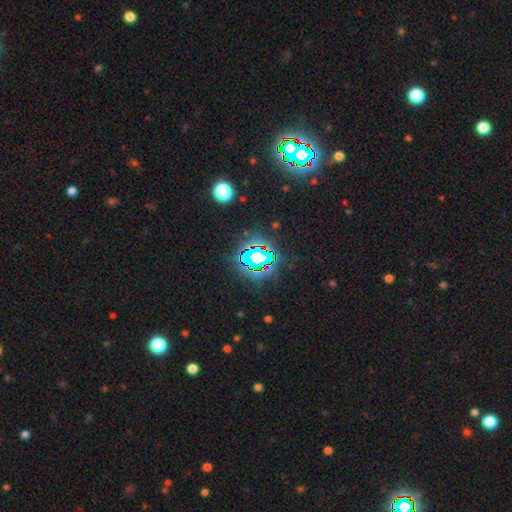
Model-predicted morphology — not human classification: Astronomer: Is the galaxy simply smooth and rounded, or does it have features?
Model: star or artifact — 78%.